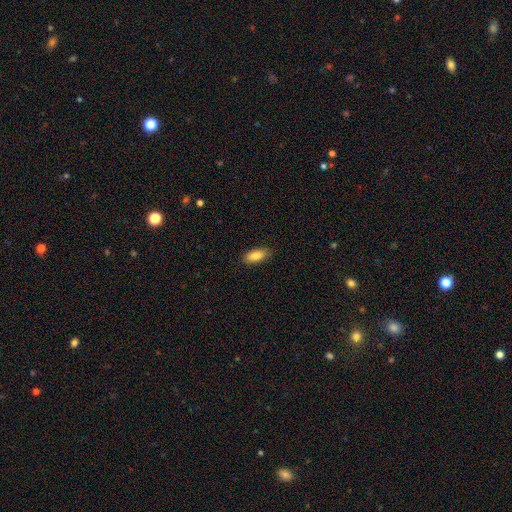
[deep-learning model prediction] The model was most divided on "how rounded": in between: 83%, cigar-shaped: 15%, round: 2%. More confident: merging — none (88%); smooth or featured — smooth (85%).